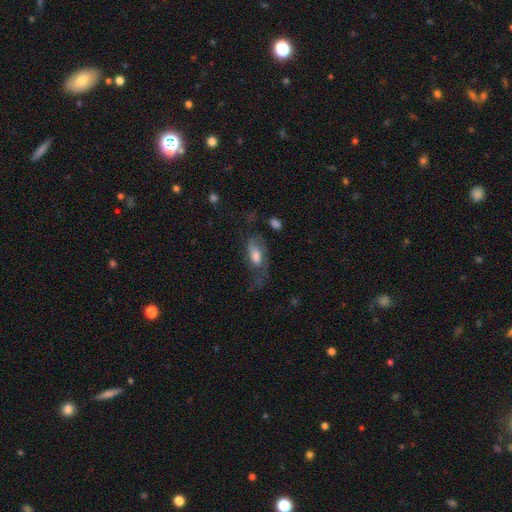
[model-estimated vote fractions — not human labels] Smooth or featured? Predicted: smooth (p=0.50). Merging? Predicted: major disturbance (p=0.43).